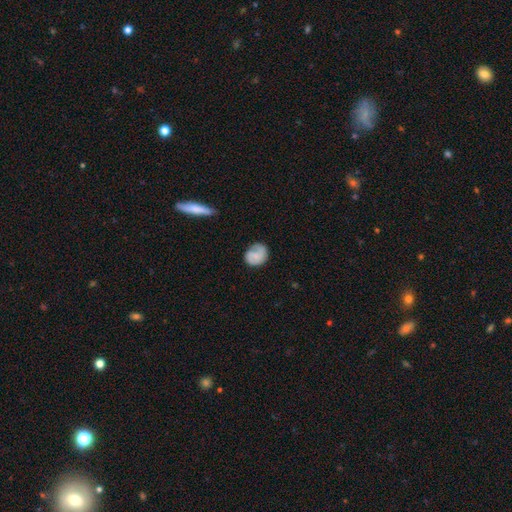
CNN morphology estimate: type=smooth (49%); merging=none (65%).